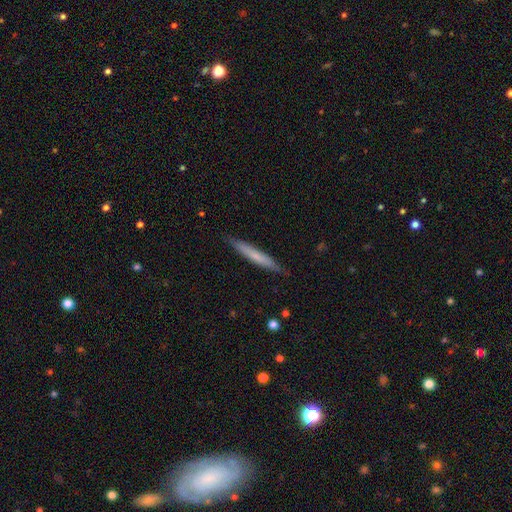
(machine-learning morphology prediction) smooth 63%, featured or disk 31%, star or artifact 5%. Down the decision tree: how rounded — cigar-shaped (95%); merging — none (88%).